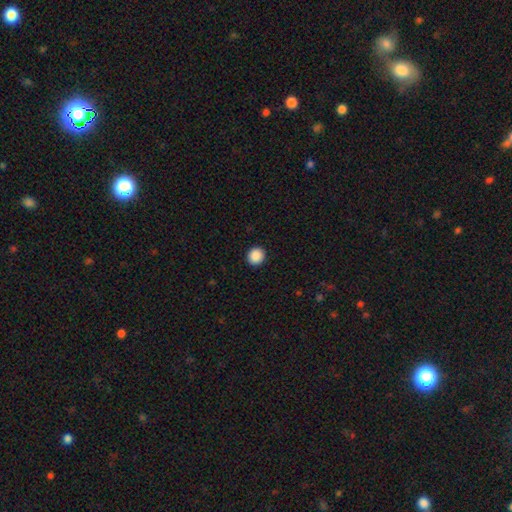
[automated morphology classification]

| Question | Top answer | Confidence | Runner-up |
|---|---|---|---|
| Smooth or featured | smooth | 89% | star or artifact (9%) |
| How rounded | round | 88% | in between (11%) |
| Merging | none | 92% | minor disturbance (5%) |